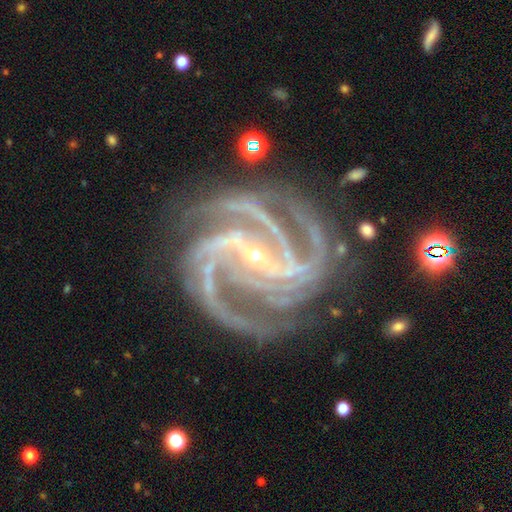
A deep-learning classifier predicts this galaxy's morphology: Smooth or featured: featured or disk — 93% (star or artifact — 5%)
Edge-on disk: no — 98% (yes — 2%)
Bar: strong — 59% (weak — 27%)
Spiral arms: yes — 99% (no — 1%)
Spiral winding: tight — 50% (medium — 44%)
Spiral arm count: 4 — 37% (3 — 25%)
Bulge size: small — 85% (moderate — 11%)
Merging: none — 74% (minor disturbance — 16%)